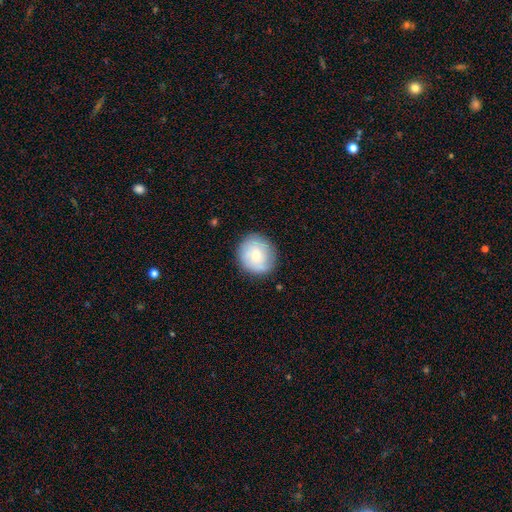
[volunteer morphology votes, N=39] Overall: smooth (59%; featured or disk 31%). How rounded: round (91%). Merging: none (83%).